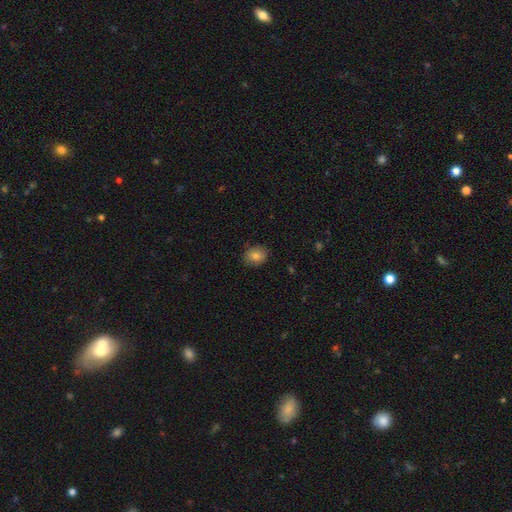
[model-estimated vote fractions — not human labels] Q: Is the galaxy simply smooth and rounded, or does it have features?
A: smooth — 81%.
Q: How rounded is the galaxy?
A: round — 52%.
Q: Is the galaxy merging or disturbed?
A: none — 85%.